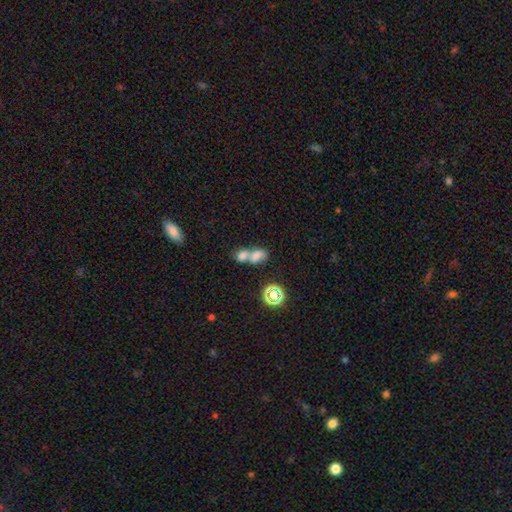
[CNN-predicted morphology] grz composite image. It shows a smooth galaxy with no disk features (68%) that is in between round and cigar-shaped (73%). Merging: merger (70%).